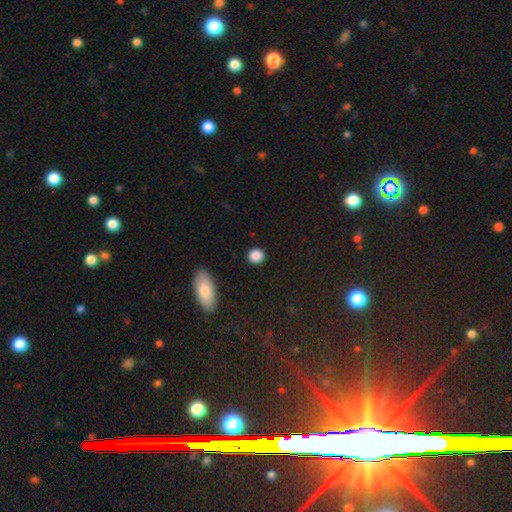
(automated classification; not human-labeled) This is clearly a smooth galaxy (88%). How rounded: clearly round (84%). Merging: clearly none (90%).